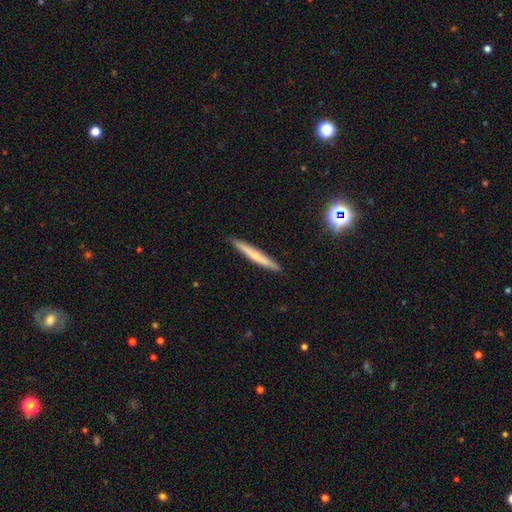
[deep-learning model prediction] This is possibly a smooth galaxy (52%). How rounded: clearly cigar-shaped (96%). Merging: clearly none (91%).